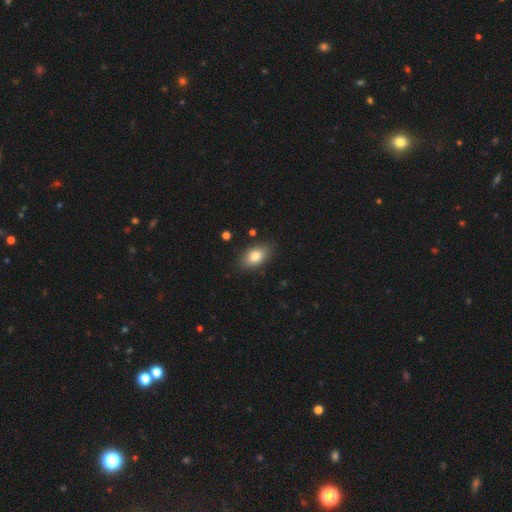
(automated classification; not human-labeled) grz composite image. It shows a smooth galaxy with no disk features (80%) that is in between round and cigar-shaped (89%). Merging: none (84%).